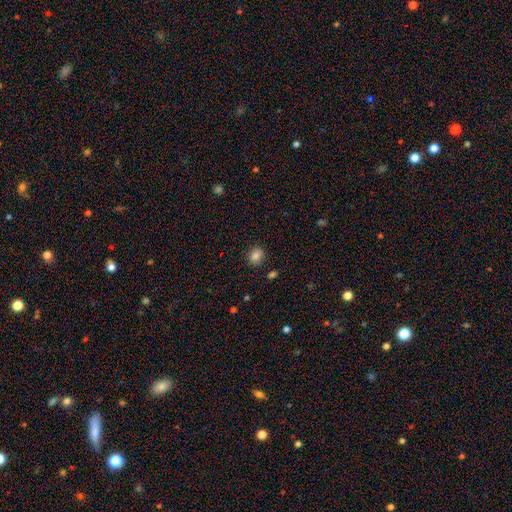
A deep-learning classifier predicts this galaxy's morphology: This is clearly a smooth galaxy (82%). How rounded: possibly round (57%). Merging: clearly none (83%).